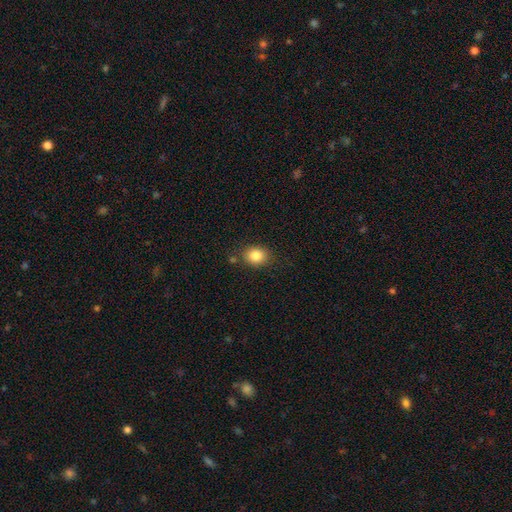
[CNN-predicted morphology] The model was most divided on "how rounded": round: 52%, in between: 47%, cigar-shaped: 1%. More confident: smooth or featured — smooth (85%); merging — none (80%).